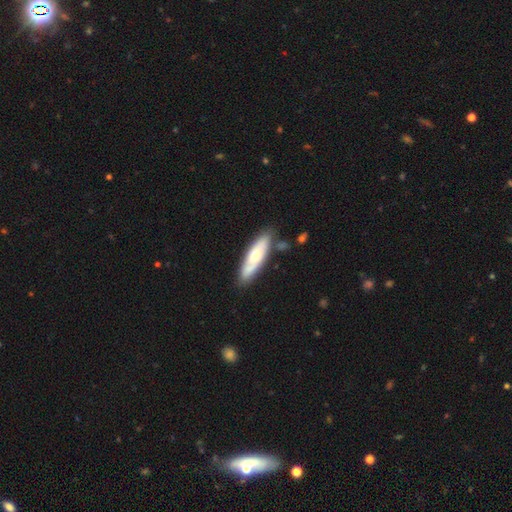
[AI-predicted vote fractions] This appears to be a featured or disk galaxy (48%). Merging: none (79%).